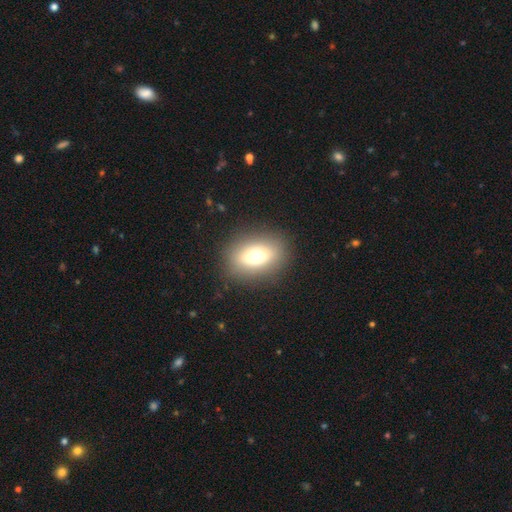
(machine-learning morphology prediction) The model was most divided on "how rounded": in between: 67%, round: 30%, cigar-shaped: 3%. More confident: merging — none (87%); smooth or featured — smooth (69%).